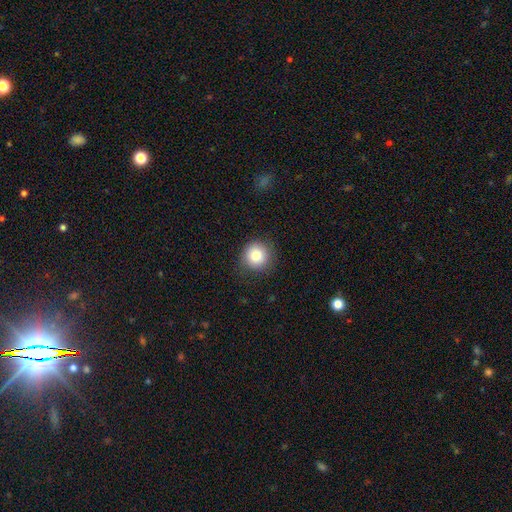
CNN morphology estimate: Smooth or featured?
  - smooth: 84% *
  - star or artifact: 9%
  - featured or disk: 6%
How rounded?
  - round: 92% *
  - in between: 7%
  - cigar-shaped: 1%
Merging?
  - none: 83% *
  - minor disturbance: 12%
  - major disturbance: 4%
  - merger: 1%